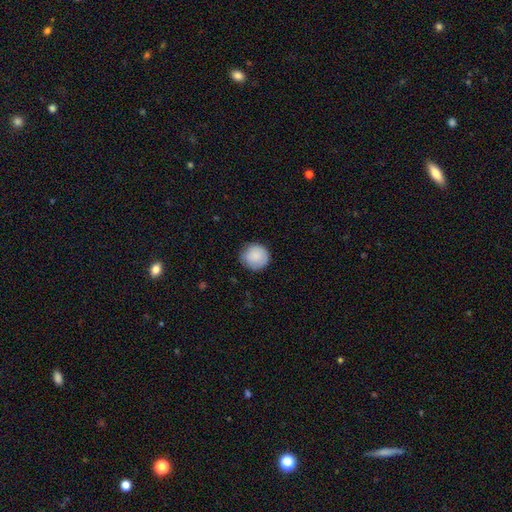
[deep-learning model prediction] smooth 87%, star or artifact 7%, featured or disk 6%. Down the decision tree: how rounded — round (93%); merging — none (82%).